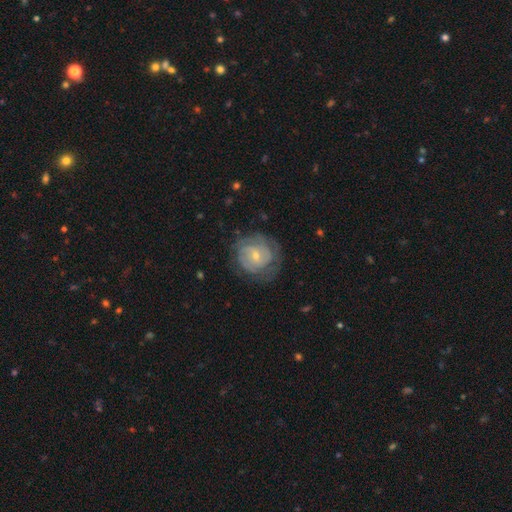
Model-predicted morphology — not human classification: Smooth or featured?
  - featured or disk: 72% *
  - smooth: 22%
  - star or artifact: 6%
Edge-on disk?
  - no: 98% *
  - yes: 2%
Bar?
  - no: 49% *
  - weak: 43%
  - strong: 9%
Spiral arms?
  - yes: 88% *
  - no: 12%
Spiral winding?
  - tight: 63% *
  - medium: 28%
  - loose: 8%
Spiral arm count?
  - can't tell: 39% *
  - 2: 34%
  - 3: 14%
  - 4: 5%
  - 1: 5%
  - more than 4: 4%
Bulge size?
  - small: 67% *
  - moderate: 29%
  - none: 2%
  - large: 1%
  - dominant: 1%
Merging?
  - none: 69% *
  - minor disturbance: 19%
  - major disturbance: 11%
  - merger: 1%